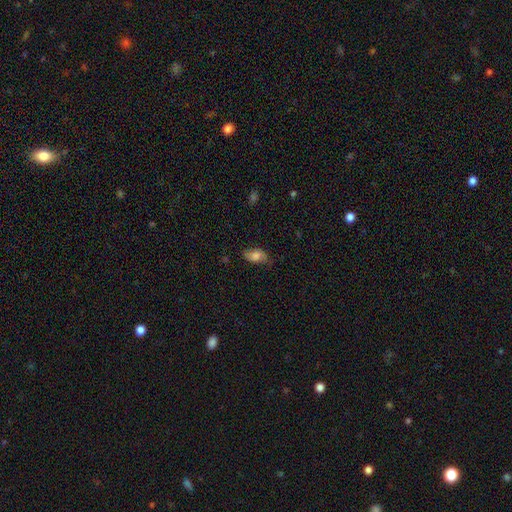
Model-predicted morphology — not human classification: This is likely a smooth galaxy (71%). How rounded: clearly in between (89%). Merging: likely none (68%).